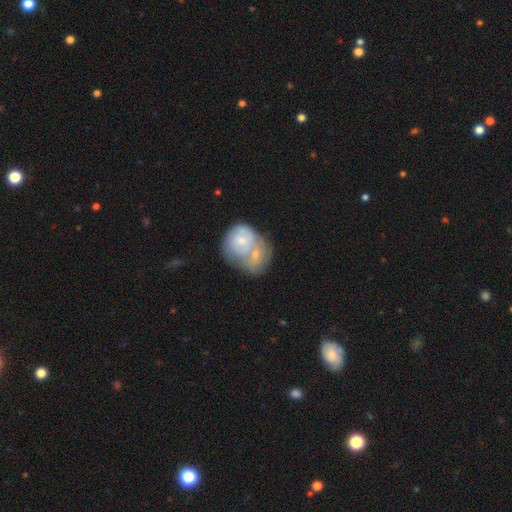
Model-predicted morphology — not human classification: This is possibly a smooth galaxy (50%). How rounded: likely round (60%). Merging: likely merger (72%).